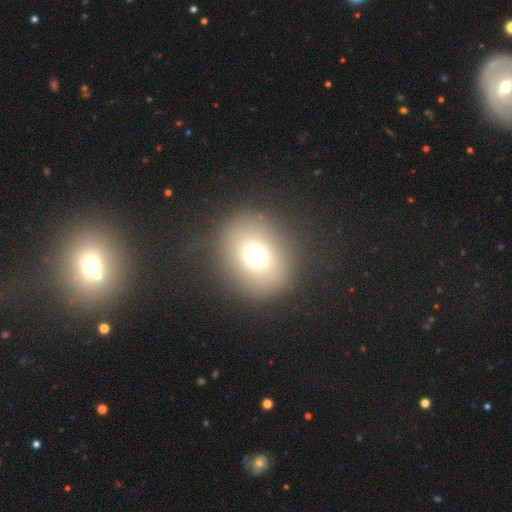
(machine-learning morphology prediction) This is likely a smooth galaxy (69%). How rounded: likely round (69%). Merging: clearly none (82%).